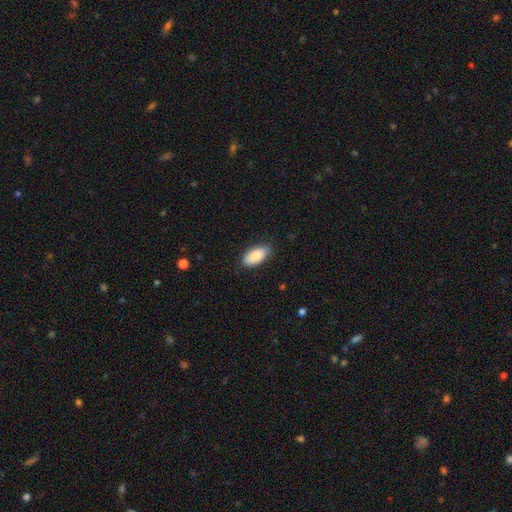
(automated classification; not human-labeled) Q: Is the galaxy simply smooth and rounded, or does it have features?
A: smooth — 86%.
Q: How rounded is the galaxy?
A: in between — 92%.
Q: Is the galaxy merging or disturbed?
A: none — 82%.